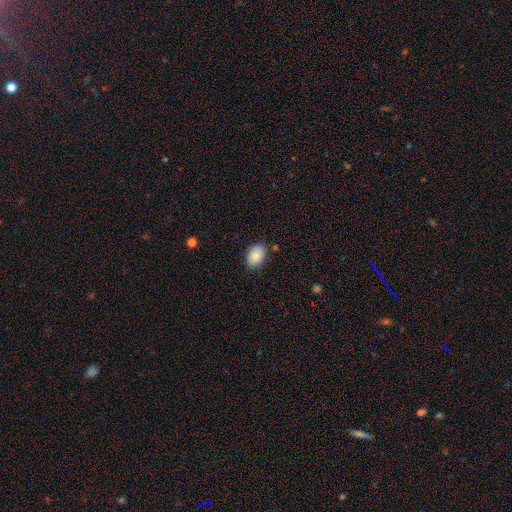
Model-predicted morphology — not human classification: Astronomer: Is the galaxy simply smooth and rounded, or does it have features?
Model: smooth — 82%.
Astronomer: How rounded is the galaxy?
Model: in between — 85%.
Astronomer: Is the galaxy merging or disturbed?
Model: none — 85%.